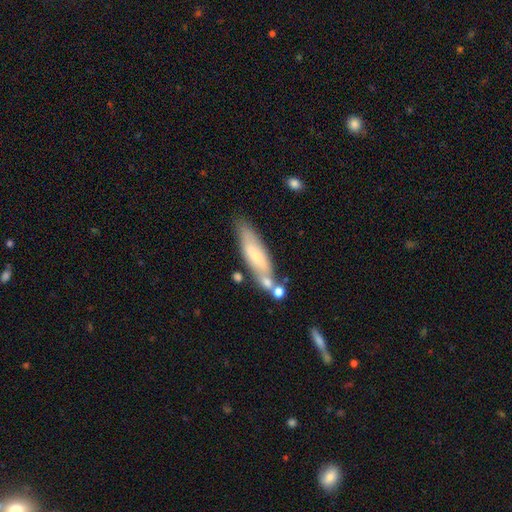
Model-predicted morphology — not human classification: Q: Smooth or featured?
A: smooth (52%); runner-up: featured or disk (40%)
Q: How rounded?
A: cigar-shaped (68%); runner-up: in between (31%)
Q: Merging?
A: none (61%); runner-up: minor disturbance (18%)